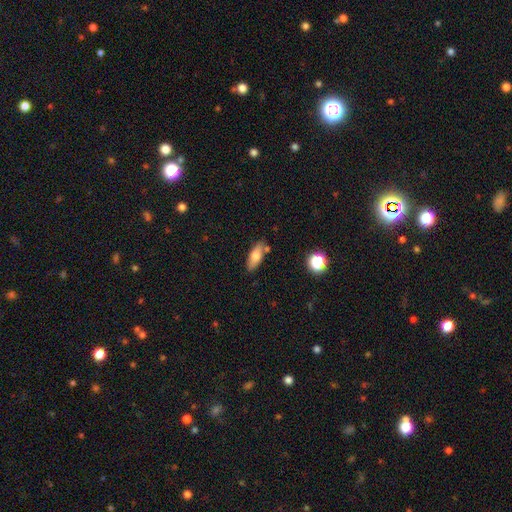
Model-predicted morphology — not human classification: Q: Smooth or featured?
A: smooth (71%); runner-up: featured or disk (21%)
Q: How rounded?
A: in between (72%); runner-up: cigar-shaped (25%)
Q: Merging?
A: none (75%); runner-up: minor disturbance (15%)